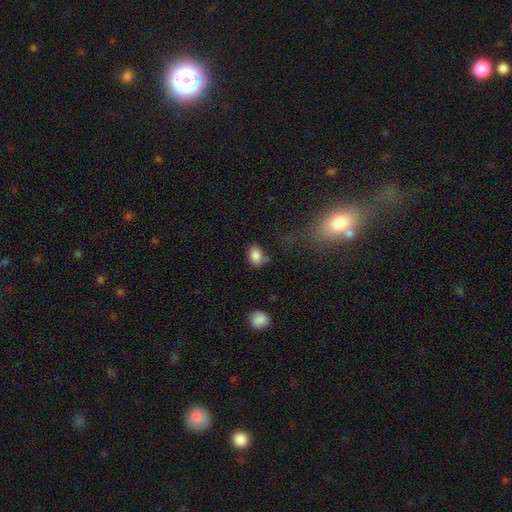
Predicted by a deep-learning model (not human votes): The model was most divided on "merging": none: 61%, minor disturbance: 27%, major disturbance: 6%, merger: 6%. More confident: smooth or featured — smooth (84%); how rounded — in between (76%).